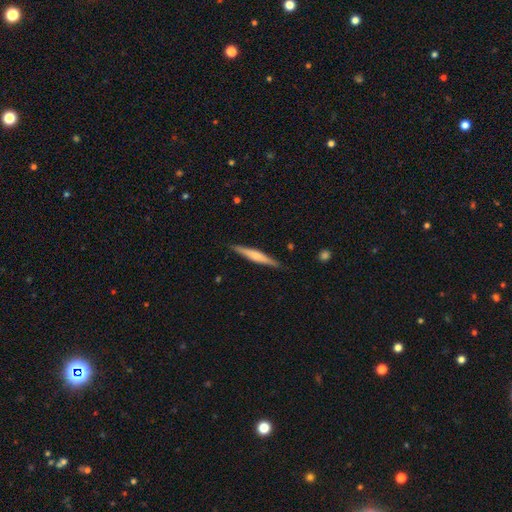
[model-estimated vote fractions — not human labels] A featured or disk galaxy (58%) viewed edge-on (97%) with a rounded central bulge (70%).

Vote fractions:
- Smooth or featured? featured or disk: 58% / smooth: 37% / star or artifact: 5%
- Edge-on disk? yes: 97% / no: 3%
- Edge-on bulge? rounded: 70% / none: 16% / boxy: 14%
- Merging? none: 89% / minor disturbance: 8% / major disturbance: 2% / merger: 1%